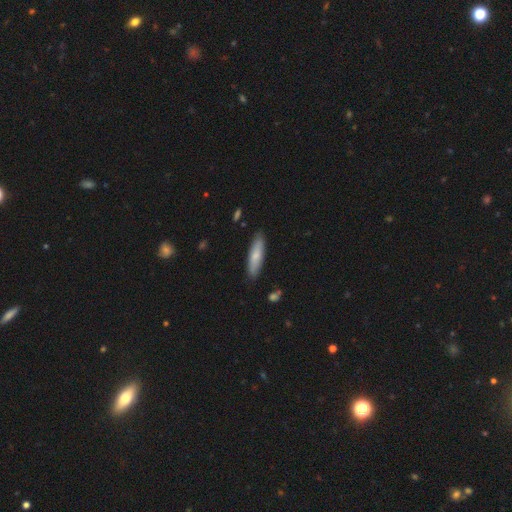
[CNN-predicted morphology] The model was most divided on "how rounded": cigar-shaped: 65%, in between: 33%, round: 2%. More confident: merging — none (86%); smooth or featured — smooth (74%).